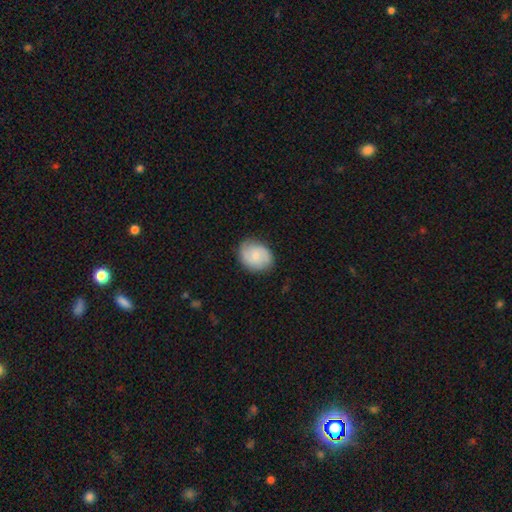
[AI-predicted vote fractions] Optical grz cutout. It shows a smooth galaxy with no disk features (50%) that is round (53%). Merging: none (81%).